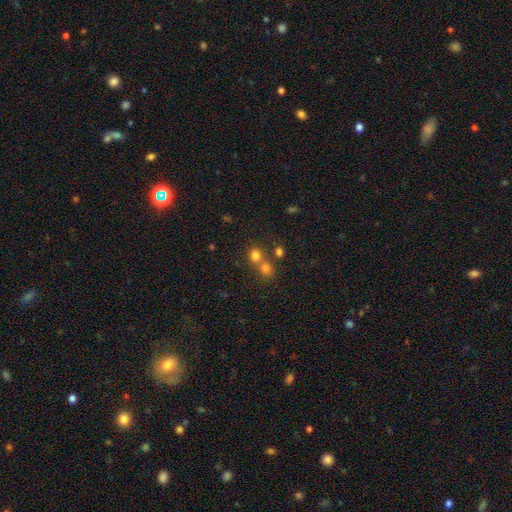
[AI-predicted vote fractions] This is likely a smooth galaxy (74%). How rounded: clearly round (81%). Merging: possibly none (48%).